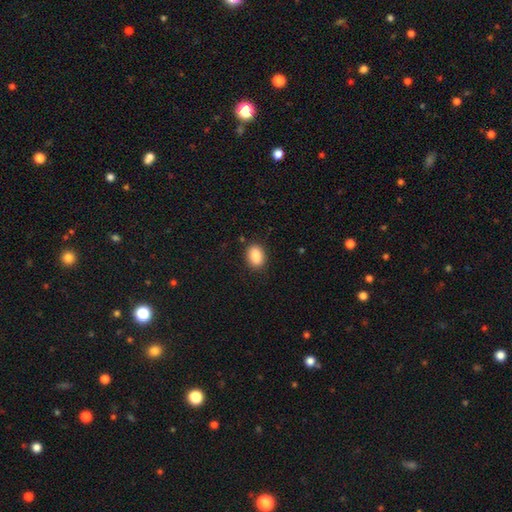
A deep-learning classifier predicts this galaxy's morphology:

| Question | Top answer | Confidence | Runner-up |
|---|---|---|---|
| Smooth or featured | smooth | 88% | star or artifact (7%) |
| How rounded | in between | 78% | round (20%) |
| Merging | none | 87% | minor disturbance (10%) |